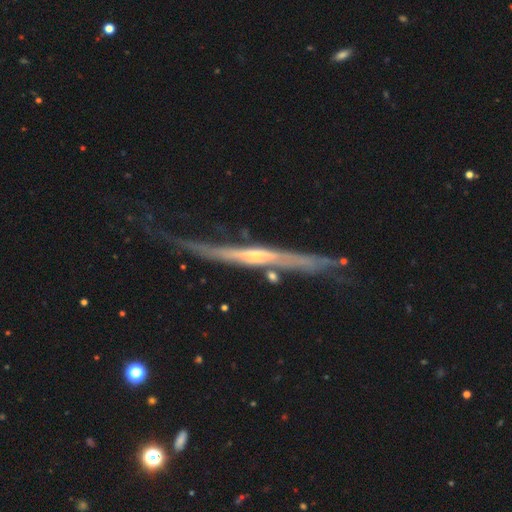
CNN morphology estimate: smooth_or_featured: featured or disk (p=0.79) [alt: smooth p=0.15]
disk_edge_on: yes (p=0.94) [alt: no p=0.06]
edge_on_bulge: rounded (p=0.66) [alt: none p=0.23]
merging: none (p=0.59) [alt: minor disturbance p=0.24]